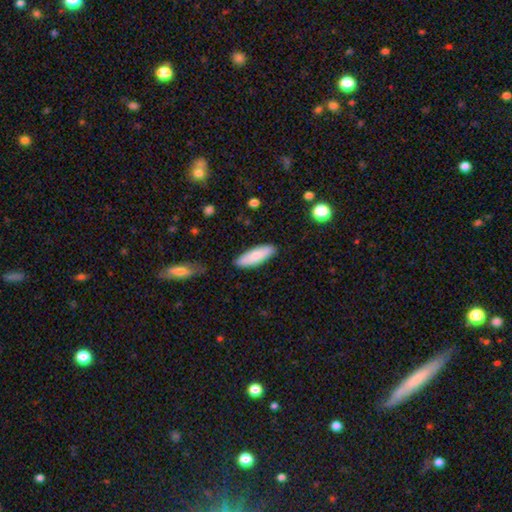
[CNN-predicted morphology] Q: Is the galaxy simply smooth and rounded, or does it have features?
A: smooth — 78%.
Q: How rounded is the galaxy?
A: in between — 61%.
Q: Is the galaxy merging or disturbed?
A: none — 85%.